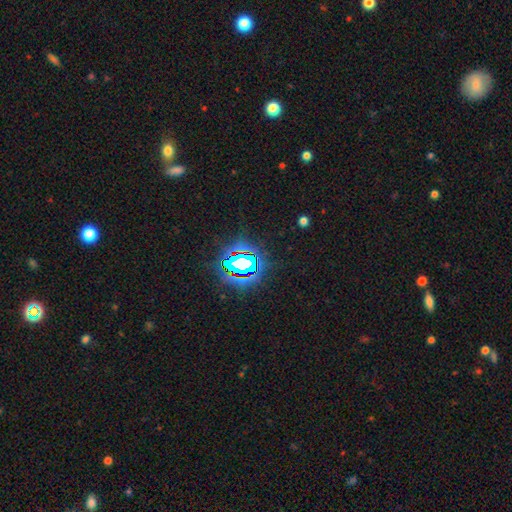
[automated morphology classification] Overall: star or artifact (81%).